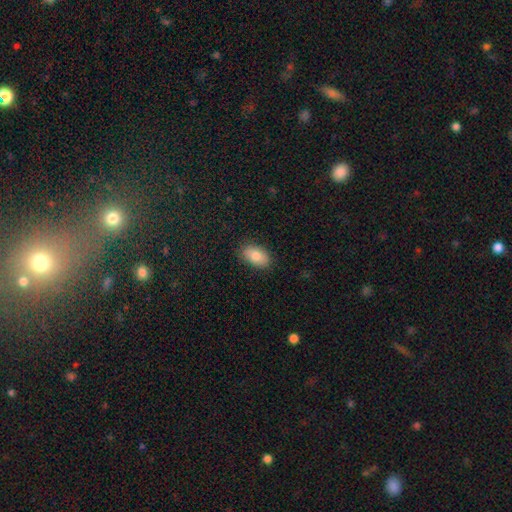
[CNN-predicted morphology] smooth_or_featured: smooth (p=0.83) [alt: featured or disk p=0.10]
how_rounded: in between (p=0.91) [alt: round p=0.07]
merging: none (p=0.85) [alt: minor disturbance p=0.12]